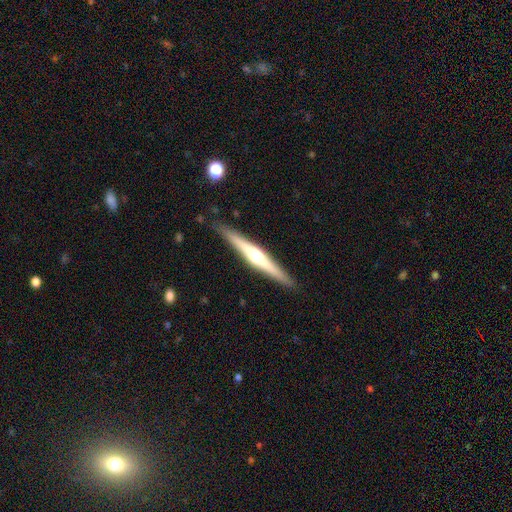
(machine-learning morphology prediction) Smooth or featured? Predicted: featured or disk (p=0.72). Edge-on disk? Predicted: yes (p=0.98). Edge-on bulge? Predicted: rounded (p=0.87). Merging? Predicted: none (p=0.89).